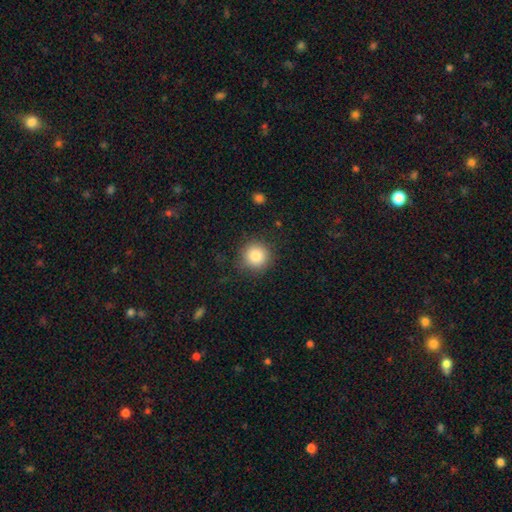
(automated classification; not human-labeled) This is clearly a smooth galaxy (84%). How rounded: clearly round (94%). Merging: clearly none (87%).